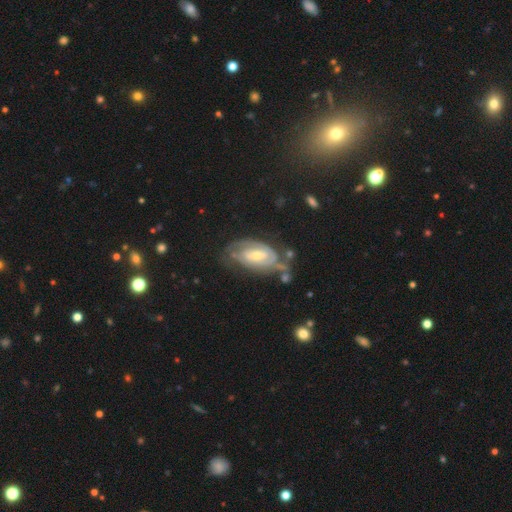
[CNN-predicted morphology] Q: Smooth or featured?
A: featured or disk (80%); runner-up: smooth (13%)
Q: Edge-on disk?
A: no (95%); runner-up: yes (5%)
Q: Bar?
A: no (47%); runner-up: weak (41%)
Q: Spiral arms?
A: yes (88%); runner-up: no (12%)
Q: Spiral winding?
A: tight (63%); runner-up: medium (28%)
Q: Spiral arm count?
A: can't tell (41%); runner-up: 2 (40%)
Q: Bulge size?
A: small (49%); runner-up: moderate (46%)
Q: Merging?
A: none (52%); runner-up: minor disturbance (25%)